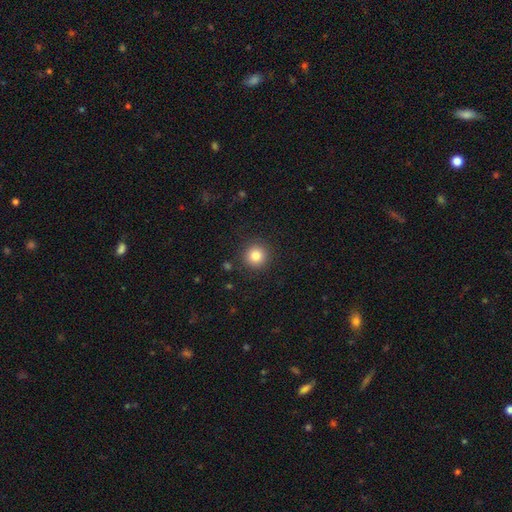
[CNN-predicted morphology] smooth_or_featured: smooth (p=0.82) [alt: star or artifact p=0.11]
how_rounded: round (p=0.94) [alt: in between p=0.05]
merging: none (p=0.90) [alt: minor disturbance p=0.06]